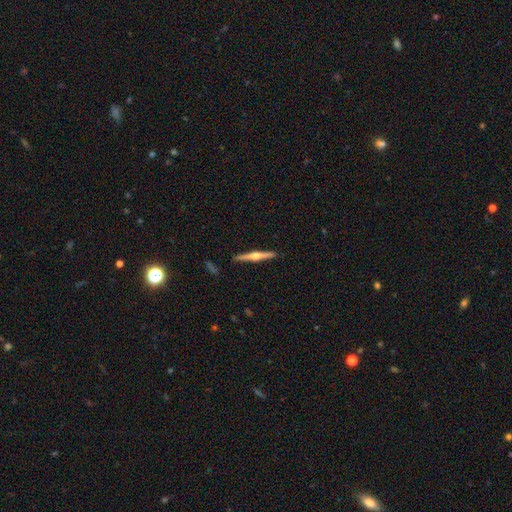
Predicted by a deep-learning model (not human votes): A featured or disk galaxy (73%) viewed edge-on (98%) with a rounded central bulge (94%). Merging: none (91%).